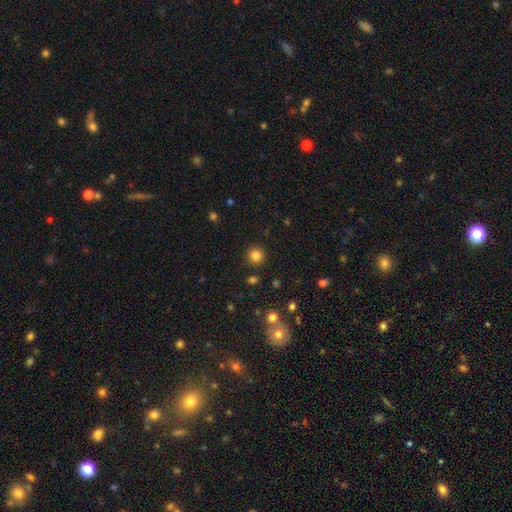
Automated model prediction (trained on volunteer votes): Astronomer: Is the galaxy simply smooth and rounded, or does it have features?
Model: smooth — 83%.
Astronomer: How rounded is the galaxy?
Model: round — 92%.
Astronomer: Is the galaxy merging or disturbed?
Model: none — 90%.